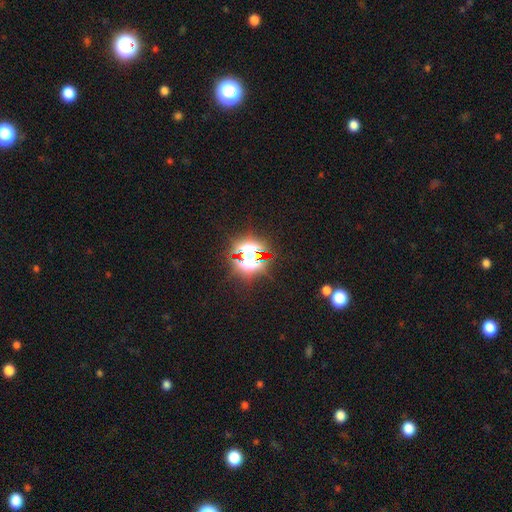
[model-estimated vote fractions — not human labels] A star or artifact, not a galaxy (66%).